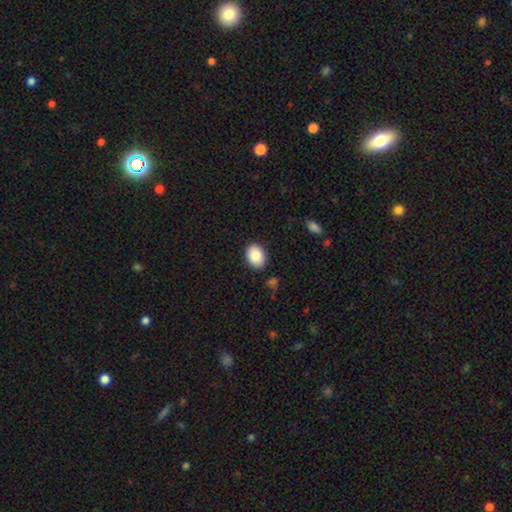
Smooth or featured?
  - smooth: 95% *
  - featured or disk: 5%
  - star or artifact: 0%
How rounded?
  - in between: 78% *
  - round: 22%
  - cigar-shaped: 0%
Merging?
  - none: 84% *
  - minor disturbance: 13%
  - major disturbance: 3%
  - merger: 0%